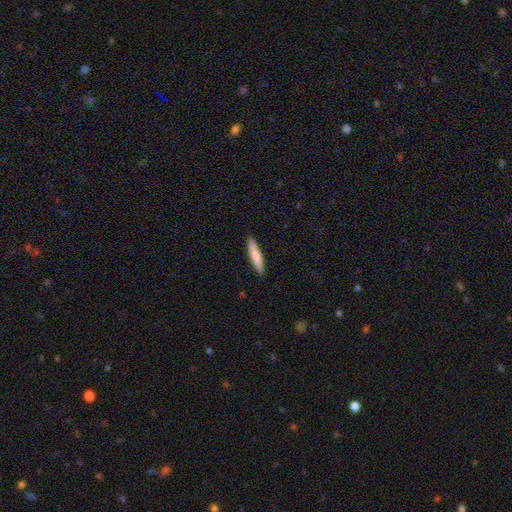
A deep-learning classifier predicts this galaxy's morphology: smooth_or_featured: smooth (p=0.78) [alt: featured or disk p=0.17]
how_rounded: cigar-shaped (p=0.88) [alt: in between p=0.10]
merging: none (p=0.90) [alt: minor disturbance p=0.08]